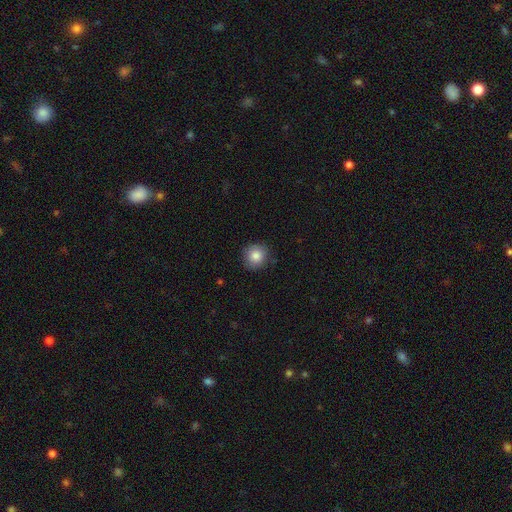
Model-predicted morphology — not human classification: type=smooth (84%); roundness=round (91%); merging=none (87%).